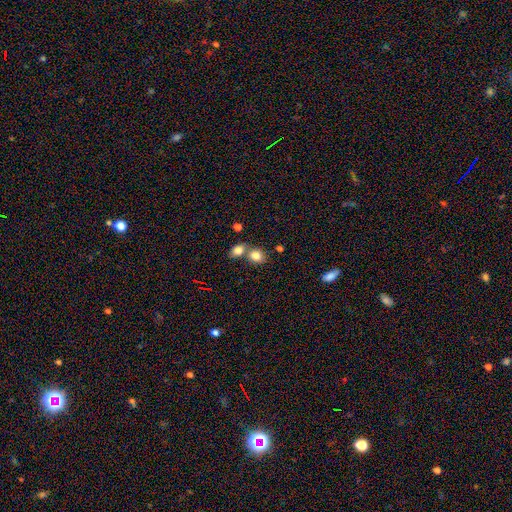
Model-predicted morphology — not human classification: Q: Smooth or featured?
A: smooth (82%); runner-up: star or artifact (10%)
Q: How rounded?
A: round (56%); runner-up: in between (42%)
Q: Merging?
A: none (45%); runner-up: merger (43%)